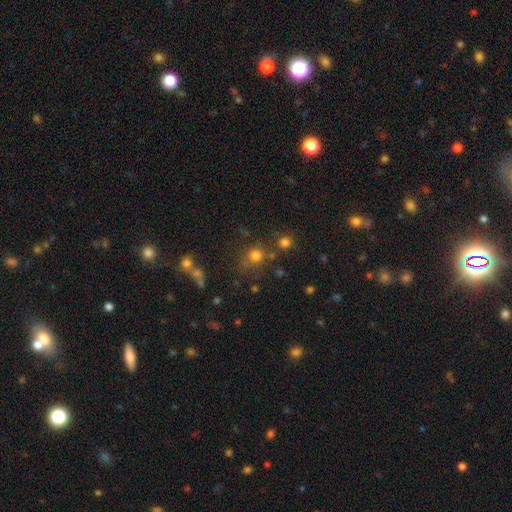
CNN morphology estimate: Smooth or featured?
  - smooth: 71% *
  - star or artifact: 21%
  - featured or disk: 9%
How rounded?
  - round: 88% *
  - in between: 11%
  - cigar-shaped: 1%
Merging?
  - none: 66% *
  - merger: 15%
  - minor disturbance: 12%
  - major disturbance: 7%